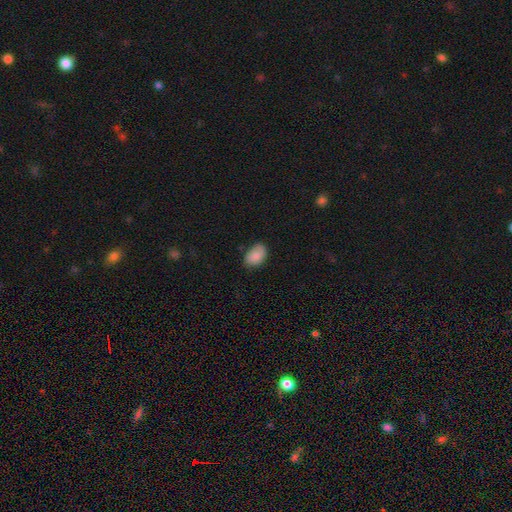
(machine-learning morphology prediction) Smooth or featured?
  - smooth: 86% *
  - star or artifact: 7%
  - featured or disk: 6%
How rounded?
  - in between: 86% *
  - round: 13%
  - cigar-shaped: 1%
Merging?
  - none: 69% *
  - minor disturbance: 25%
  - major disturbance: 5%
  - merger: 2%